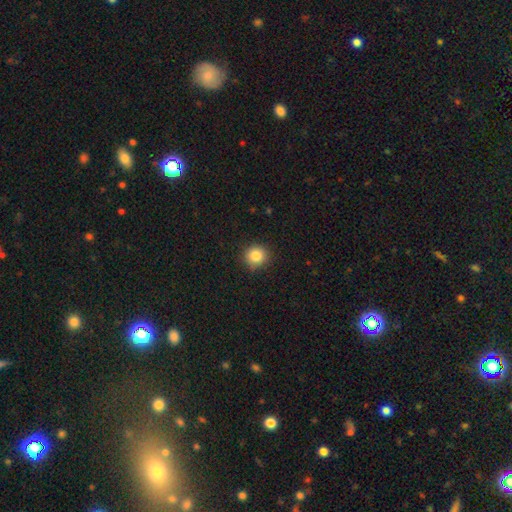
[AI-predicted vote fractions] This is clearly a smooth galaxy (84%). How rounded: clearly round (90%). Merging: clearly none (89%).